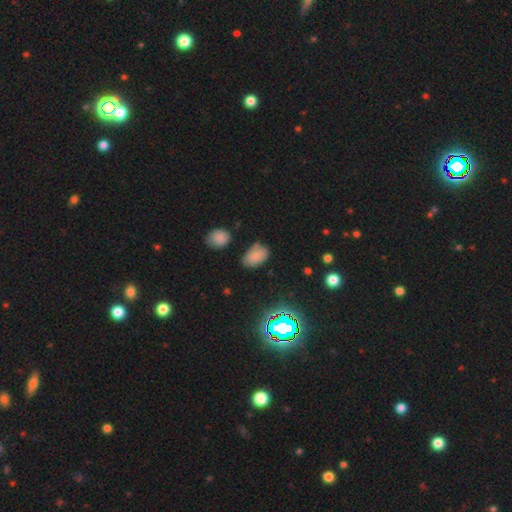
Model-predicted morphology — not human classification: smooth_or_featured: smooth (p=0.75) [alt: star or artifact p=0.16]
how_rounded: in between (p=0.89) [alt: round p=0.10]
merging: none (p=0.68) [alt: minor disturbance p=0.22]